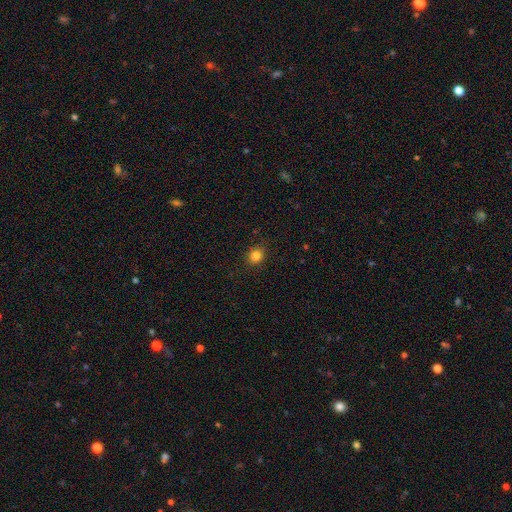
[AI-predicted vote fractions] Smooth or featured: smooth — 83% (star or artifact — 12%)
How rounded: round — 76% (in between — 23%)
Merging: none — 88% (minor disturbance — 8%)